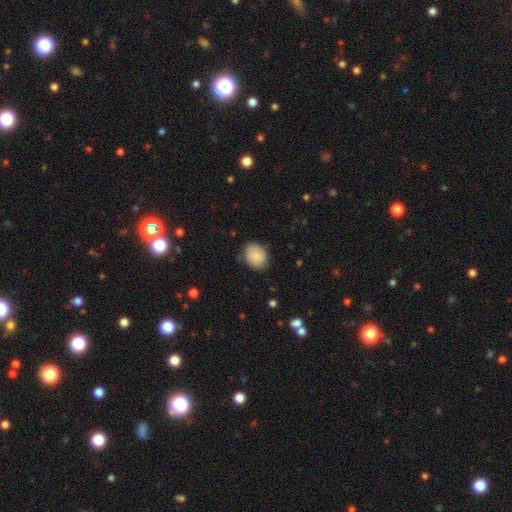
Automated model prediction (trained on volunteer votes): Q: Smooth or featured?
A: smooth (87%); runner-up: star or artifact (7%)
Q: How rounded?
A: round (51%); runner-up: in between (49%)
Q: Merging?
A: none (78%); runner-up: minor disturbance (17%)